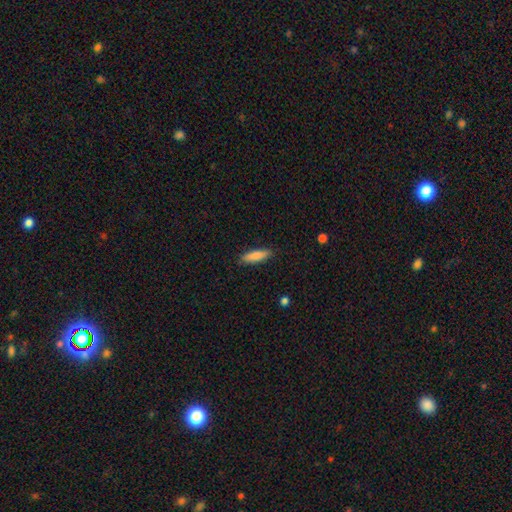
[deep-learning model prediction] Morphology: type=smooth (86%); roundness=cigar-shaped (63%); merging=none (88%).